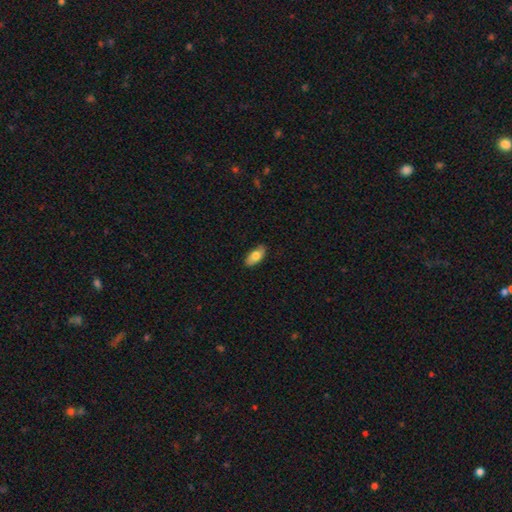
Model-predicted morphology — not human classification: This appears to be a smooth galaxy with no disk features (76%) that is in between round and cigar-shaped (90%). Merging: none (88%).